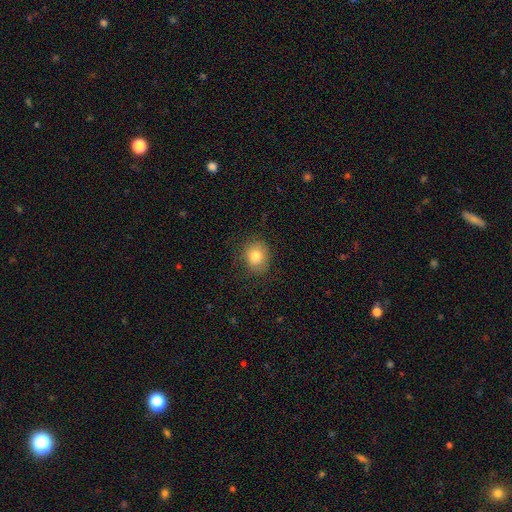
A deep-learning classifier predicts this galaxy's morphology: A smooth galaxy with no disk features (78%) that is round (67%).

Vote fractions:
- Smooth or featured? smooth: 78% / star or artifact: 11% / featured or disk: 11%
- How rounded? round: 67% / in between: 32% / cigar-shaped: 1%
- Merging? none: 80% / minor disturbance: 14% / major disturbance: 5% / merger: 1%